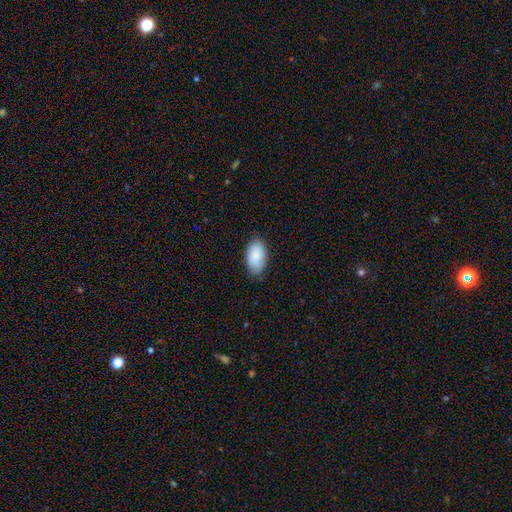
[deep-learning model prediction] Smooth or featured? smooth (88%)
How rounded? in between (95%)
Merging? none (81%)